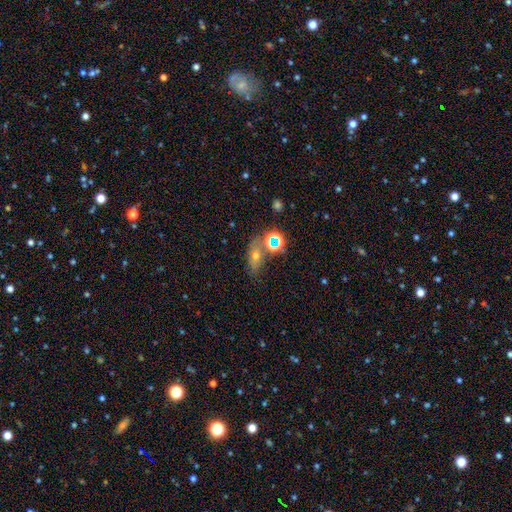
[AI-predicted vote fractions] smooth-or-featured: smooth: 40% | star or artifact: 35% | featured or disk: 24%
  merging: none: 58% | merger: 19% | minor disturbance: 14% | major disturbance: 8%